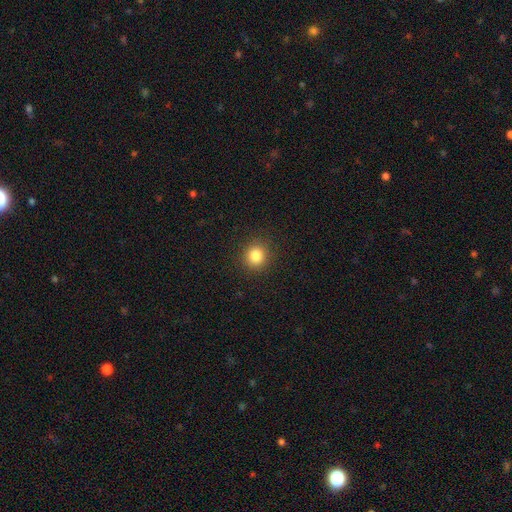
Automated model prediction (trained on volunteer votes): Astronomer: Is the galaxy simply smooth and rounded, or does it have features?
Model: smooth — 83%.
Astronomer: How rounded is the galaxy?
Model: round — 87%.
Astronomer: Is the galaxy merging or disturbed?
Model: none — 91%.